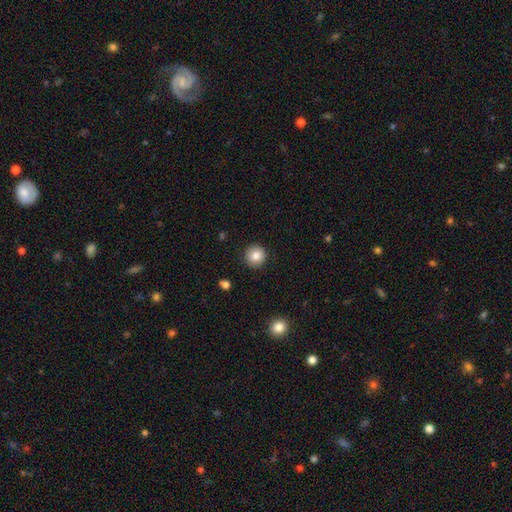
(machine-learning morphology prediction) smooth_or_featured: smooth (p=0.83) [alt: star or artifact p=0.09]
how_rounded: round (p=0.94) [alt: in between p=0.05]
merging: none (p=0.91) [alt: minor disturbance p=0.06]